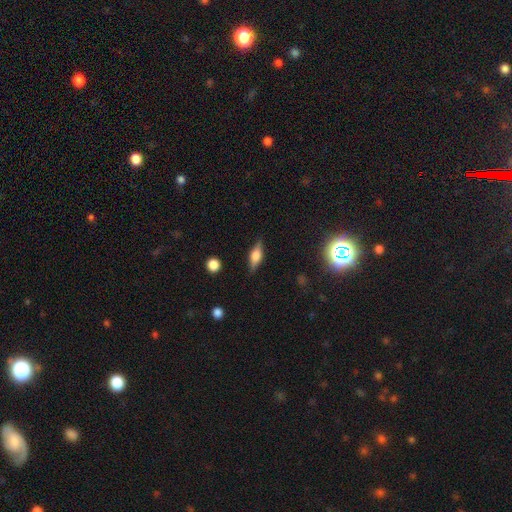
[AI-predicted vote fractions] featured or disk 47%, smooth 44%, star or artifact 9%. Down the decision tree: merging — none (84%).